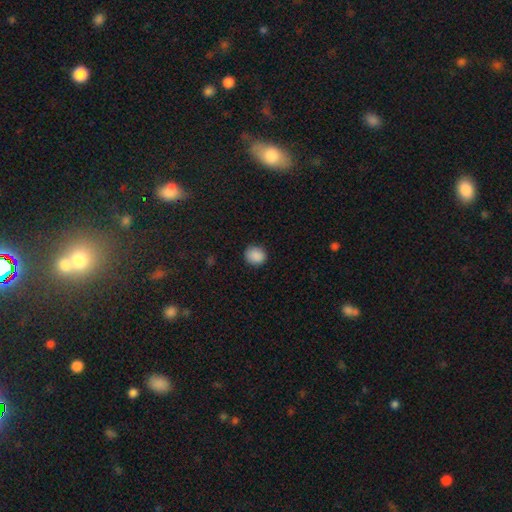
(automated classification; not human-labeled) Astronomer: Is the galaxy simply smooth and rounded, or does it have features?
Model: smooth — 89%.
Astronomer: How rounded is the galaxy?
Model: round — 79%.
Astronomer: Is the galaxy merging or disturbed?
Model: none — 88%.